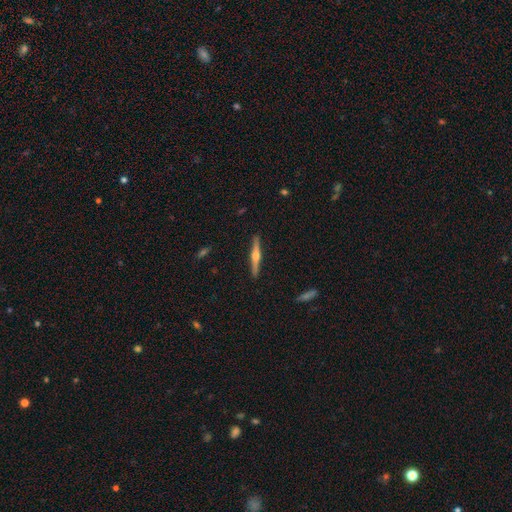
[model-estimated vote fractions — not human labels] Smooth or featured? featured or disk (74%)
Edge-on disk? yes (98%)
Edge-on bulge? rounded (94%)
Merging? none (92%)